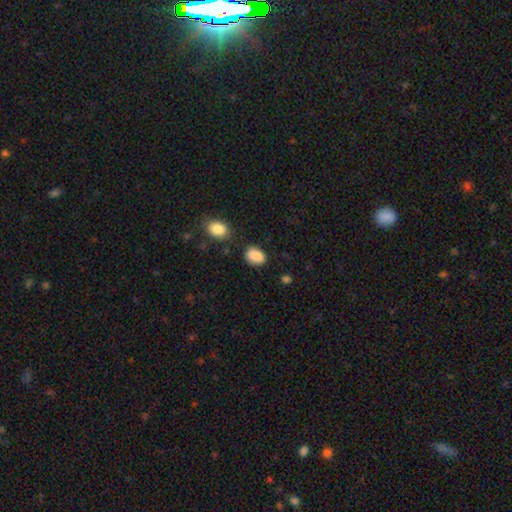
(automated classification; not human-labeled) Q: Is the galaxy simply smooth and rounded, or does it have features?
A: smooth — 87%.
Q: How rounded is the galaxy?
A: in between — 76%.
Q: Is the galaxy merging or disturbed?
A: none — 68%.